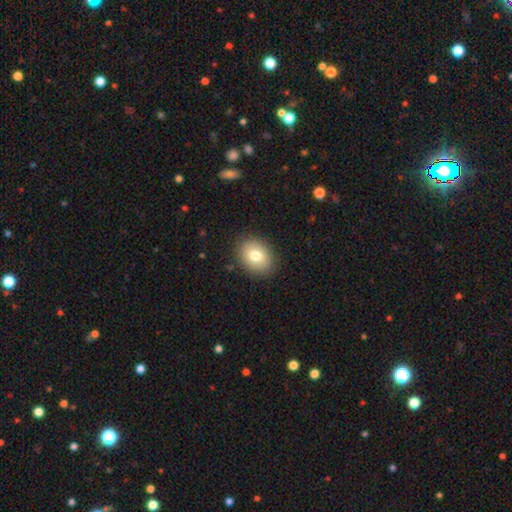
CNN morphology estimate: Overall: smooth (77%). How rounded: in between (54%; round 45%). Merging: none (88%).